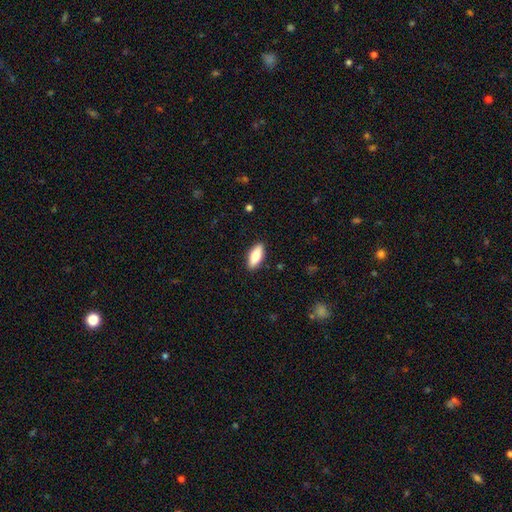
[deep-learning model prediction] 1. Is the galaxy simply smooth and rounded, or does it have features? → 74% smooth, 20% featured or disk, 6% star or artifact.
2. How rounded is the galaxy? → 78% in between, 19% cigar-shaped, 2% round.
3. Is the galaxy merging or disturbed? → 89% none, 8% minor disturbance, 2% major disturbance, 1% merger.